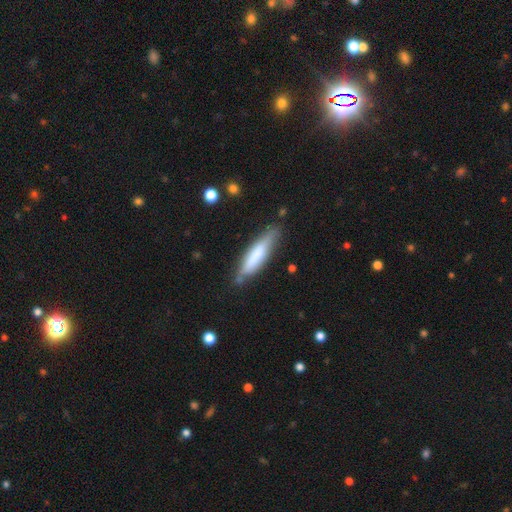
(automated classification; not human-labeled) Overall: smooth (67%; featured or disk 27%). How rounded: cigar-shaped (75%). Merging: none (72%).